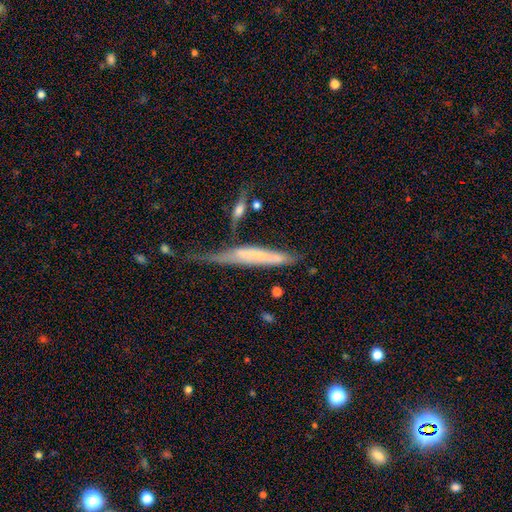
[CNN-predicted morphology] This appears to be a featured or disk galaxy (48%). Merging: none (31%).